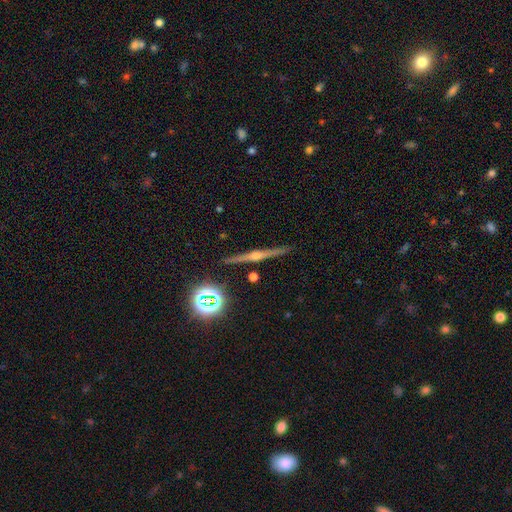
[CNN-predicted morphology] A featured or disk galaxy (78%) viewed edge-on (98%) with a rounded central bulge (89%). Merging: none (92%).